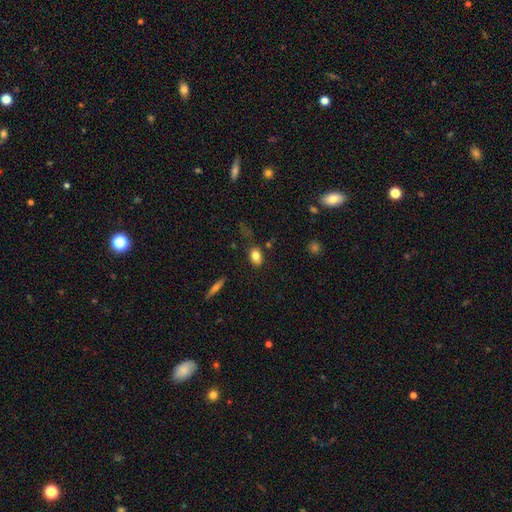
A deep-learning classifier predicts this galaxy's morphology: Smooth or featured: smooth — 81% (featured or disk — 10%)
How rounded: in between — 78% (round — 19%)
Merging: none — 76% (minor disturbance — 16%)